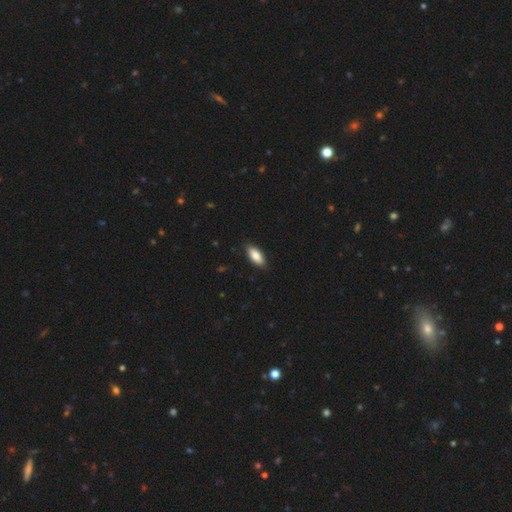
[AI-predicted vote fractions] A smooth galaxy with no disk features (85%) that is in between round and cigar-shaped (83%). Merging: none (87%).